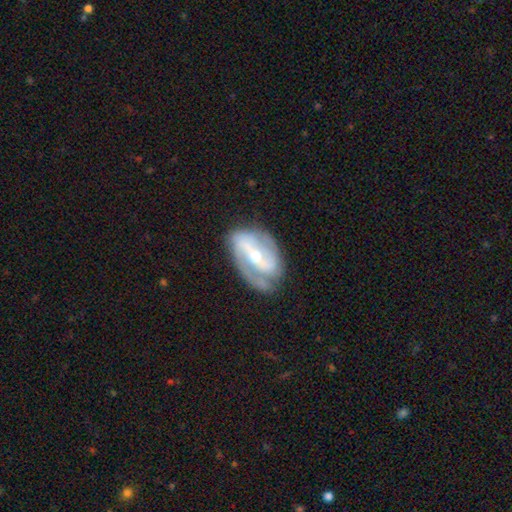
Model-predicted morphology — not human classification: type=featured or disk (84%); edge-on=no (96%); bar=strong (41%); spiral arms=yes (90%); winding=medium (44%); arm count=2 (74%); bulge=moderate (49%); merging=none (65%).